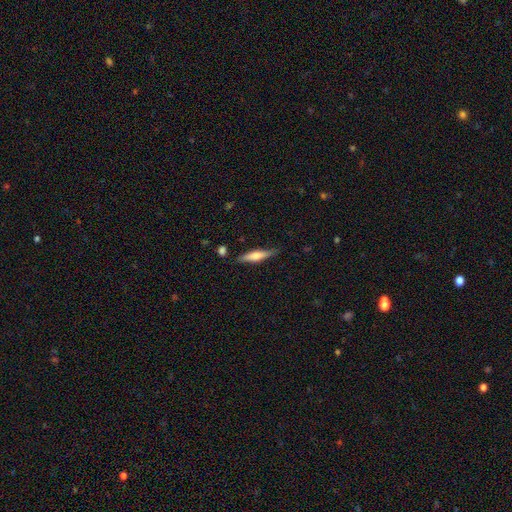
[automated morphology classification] Smooth or featured?
  - featured or disk: 49% *
  - smooth: 45%
  - star or artifact: 6%
Merging?
  - none: 79% *
  - minor disturbance: 16%
  - major disturbance: 3%
  - merger: 2%